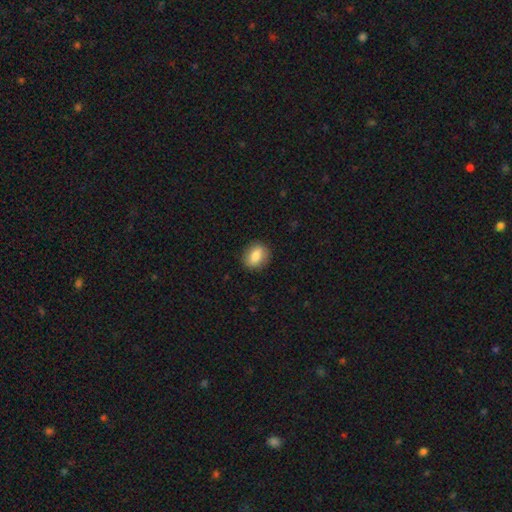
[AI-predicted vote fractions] This is clearly a smooth galaxy (81%). How rounded: possibly in between (55%). Merging: clearly none (88%).